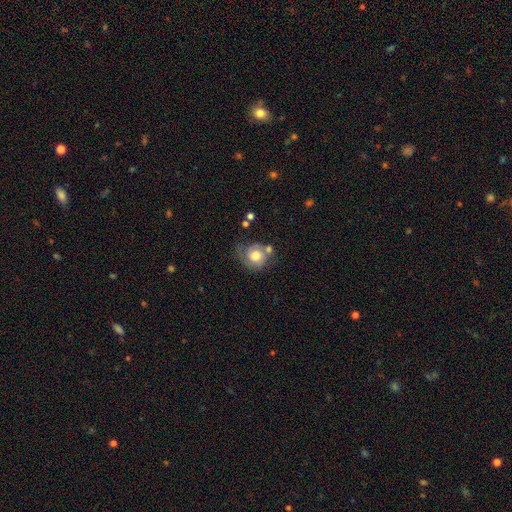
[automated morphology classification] A smooth galaxy with no disk features (57%) that is round (80%). Merging: none (47%).